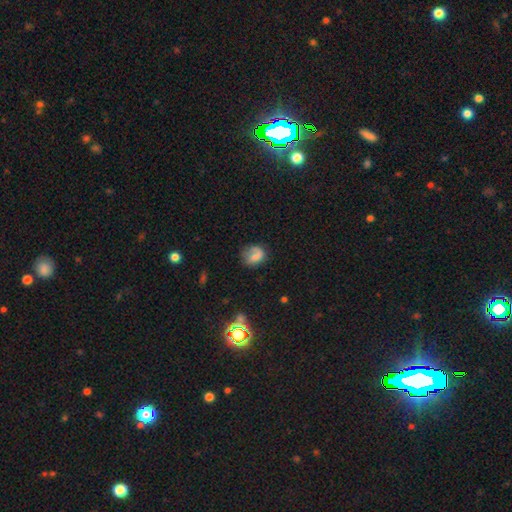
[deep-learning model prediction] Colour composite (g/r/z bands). It shows a smooth galaxy with no disk features (64%) that is round (51%). Merging: none (51%).